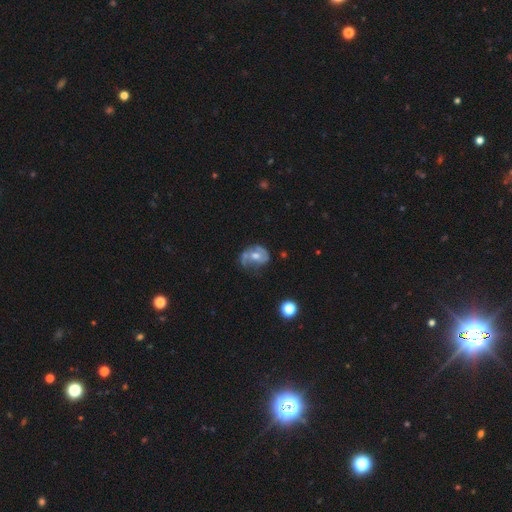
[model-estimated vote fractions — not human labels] The model was most divided on "merging": none: 39%, minor disturbance: 27%, major disturbance: 24%, merger: 10%. More confident: edge-on disk — no (97%); bulge size — moderate (67%); bar — no (67%); spiral arms — yes (64%); smooth or featured — featured or disk (62%).